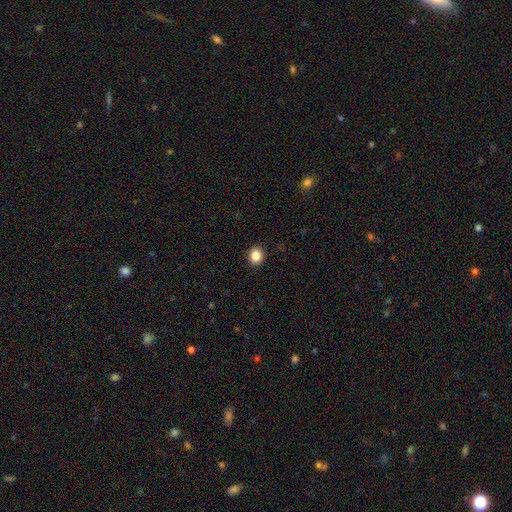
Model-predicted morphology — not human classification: Smooth or featured: smooth — 86% (star or artifact — 10%)
How rounded: round — 76% (in between — 23%)
Merging: none — 92% (minor disturbance — 6%)